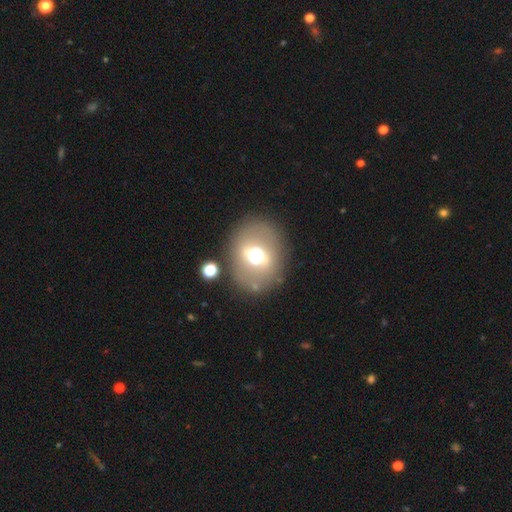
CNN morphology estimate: type=smooth (47%); merging=none (79%).